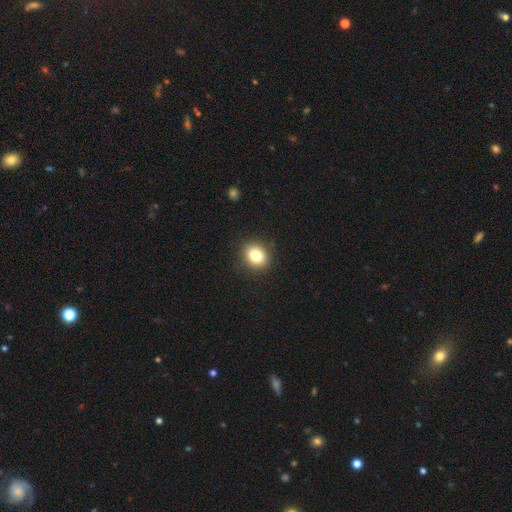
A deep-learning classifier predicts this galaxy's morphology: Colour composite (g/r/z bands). It shows a smooth galaxy with no disk features (81%) that is round (65%). Merging: none (90%).